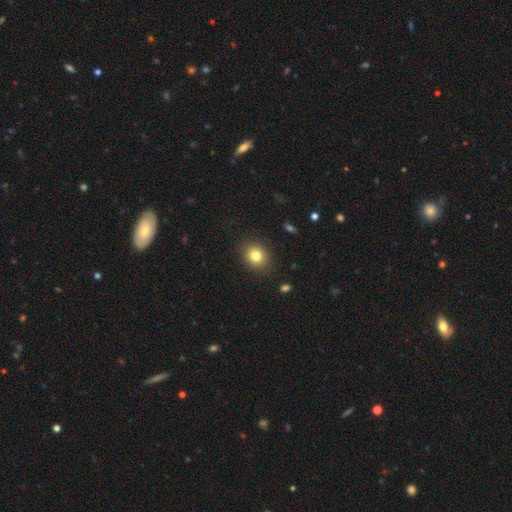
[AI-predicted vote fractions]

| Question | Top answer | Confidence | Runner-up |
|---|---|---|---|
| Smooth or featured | smooth | 81% | star or artifact (11%) |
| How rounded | round | 68% | in between (31%) |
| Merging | none | 88% | minor disturbance (8%) |